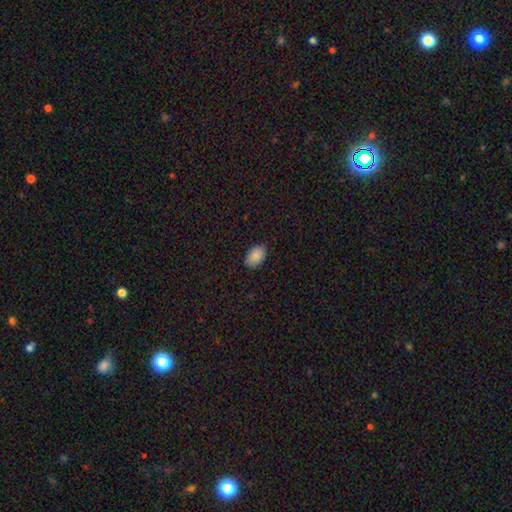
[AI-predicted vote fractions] Smooth or featured?
  - smooth: 89% *
  - star or artifact: 7%
  - featured or disk: 4%
How rounded?
  - in between: 90% *
  - round: 9%
  - cigar-shaped: 1%
Merging?
  - none: 88% *
  - minor disturbance: 9%
  - major disturbance: 2%
  - merger: 1%